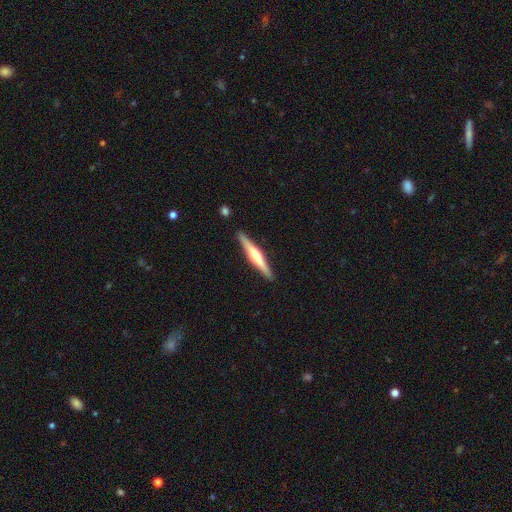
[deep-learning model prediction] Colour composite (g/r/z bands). It shows a featured or disk galaxy (63%) viewed edge-on (98%) with a rounded central bulge (71%). Merging: none (90%).